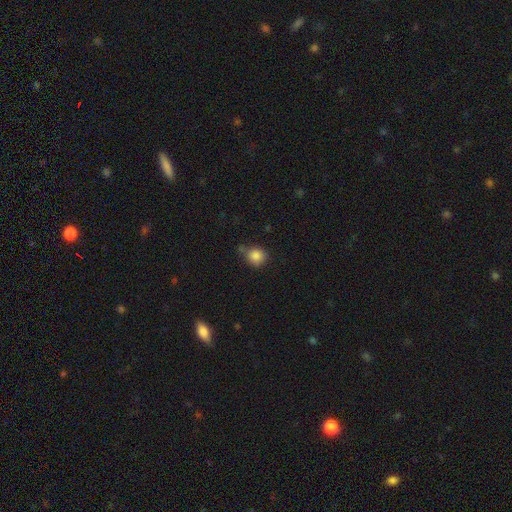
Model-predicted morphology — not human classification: This appears to be a smooth galaxy with no disk features (85%) that is round (84%). Merging: none (60%).